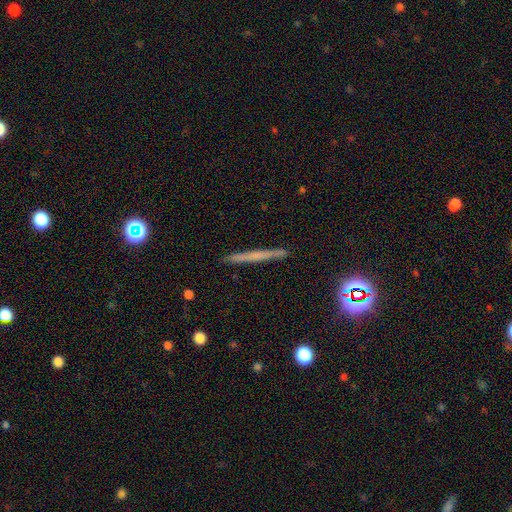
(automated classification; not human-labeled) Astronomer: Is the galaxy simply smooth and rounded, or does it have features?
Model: smooth — 47% (runner-up: featured or disk, 42%).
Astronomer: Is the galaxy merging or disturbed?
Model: none — 90%.